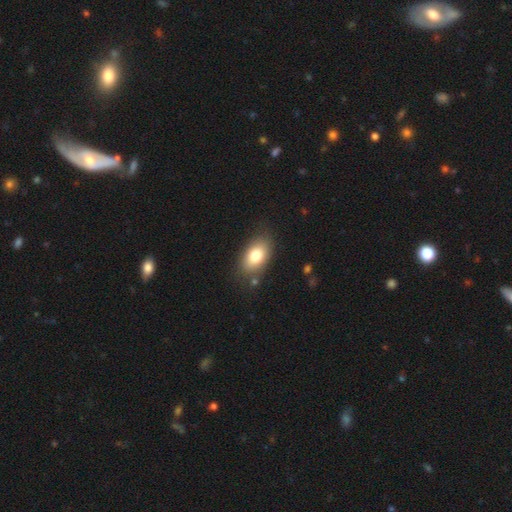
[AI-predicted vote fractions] This appears to be a smooth galaxy with no disk features (78%) that is in between round and cigar-shaped (89%). Merging: none (79%).